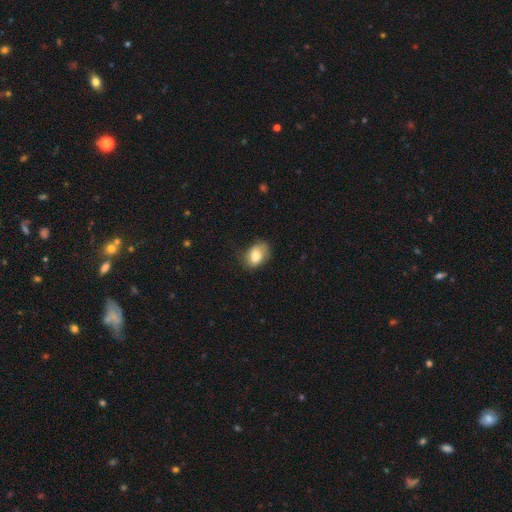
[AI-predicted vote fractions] Smooth or featured? Predicted: smooth (p=0.81). How rounded? Predicted: in between (p=0.78). Merging? Predicted: none (p=0.63).